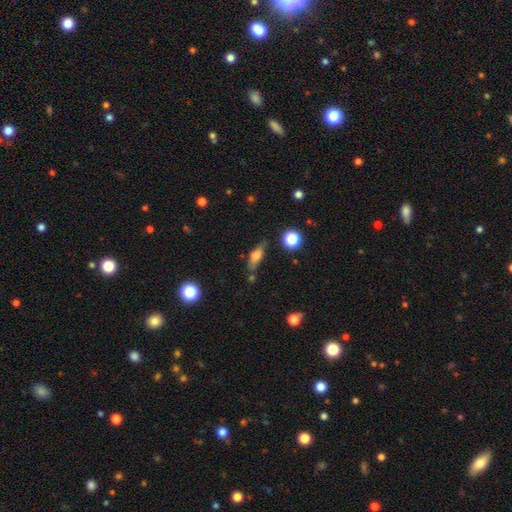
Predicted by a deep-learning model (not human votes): Smooth or featured? Predicted: smooth (p=0.61). How rounded? Predicted: in between (p=0.52). Merging? Predicted: none (p=0.66).